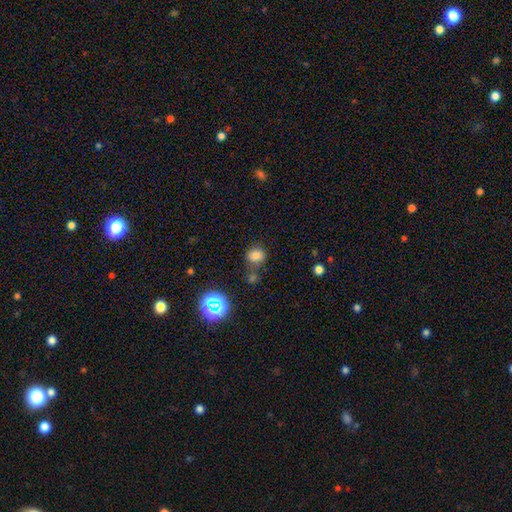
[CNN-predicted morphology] Smooth or featured?
  - smooth: 74% *
  - star or artifact: 18%
  - featured or disk: 8%
How rounded?
  - round: 73% *
  - in between: 26%
  - cigar-shaped: 1%
Merging?
  - none: 67% *
  - merger: 14%
  - minor disturbance: 14%
  - major disturbance: 5%